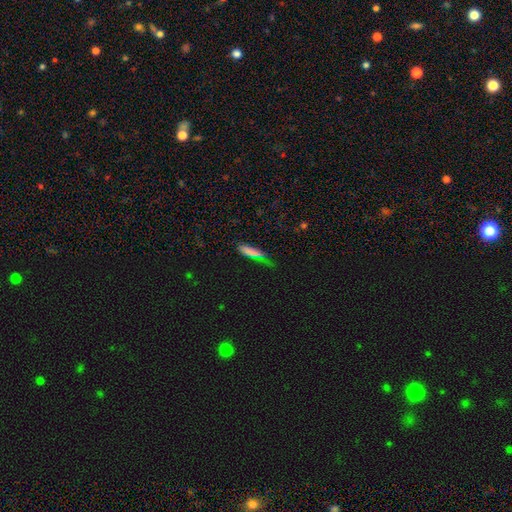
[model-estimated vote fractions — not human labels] Smooth or featured? smooth (75%)
How rounded? cigar-shaped (70%)
Merging? none (45%)